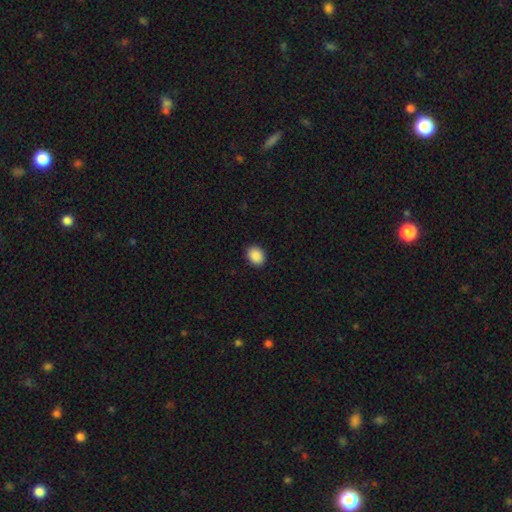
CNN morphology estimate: smooth-or-featured: smooth: 90% | star or artifact: 8% | featured or disk: 2%
  how-rounded: in between: 56% | round: 43% | cigar-shaped: 1%
  merging: none: 90% | minor disturbance: 7% | major disturbance: 2% | merger: 1%